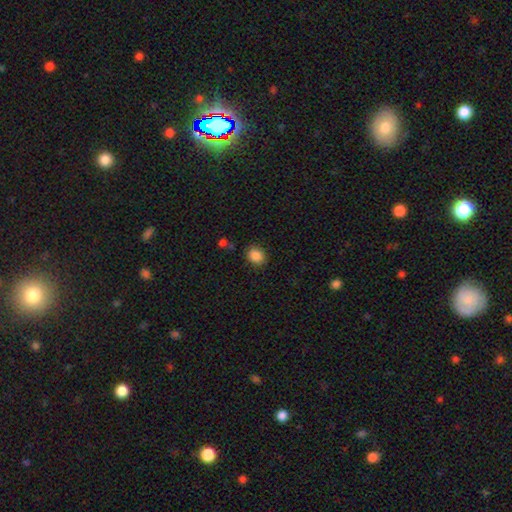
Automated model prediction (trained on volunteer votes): Overall: smooth (87%). How rounded: round (64%; in between 35%). Merging: none (84%).